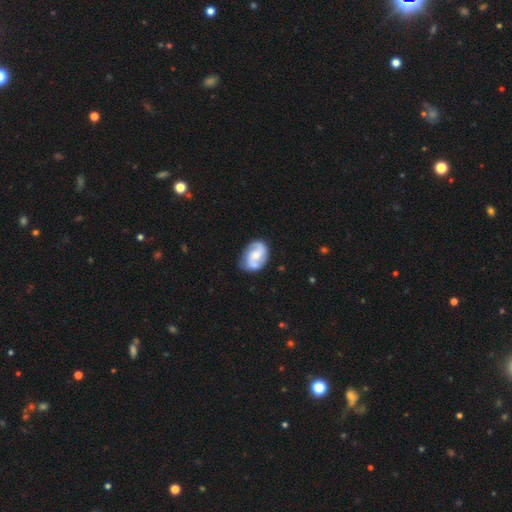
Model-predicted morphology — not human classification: Smooth or featured: featured or disk — 73% (smooth — 21%)
Edge-on disk: no — 98% (yes — 2%)
Bar: no — 54% (weak — 37%)
Spiral arms: yes — 91% (no — 9%)
Spiral winding: medium — 48% (loose — 28%)
Spiral arm count: 2 — 86% (can't tell — 7%)
Bulge size: moderate — 53% (small — 34%)
Merging: none — 70% (minor disturbance — 20%)